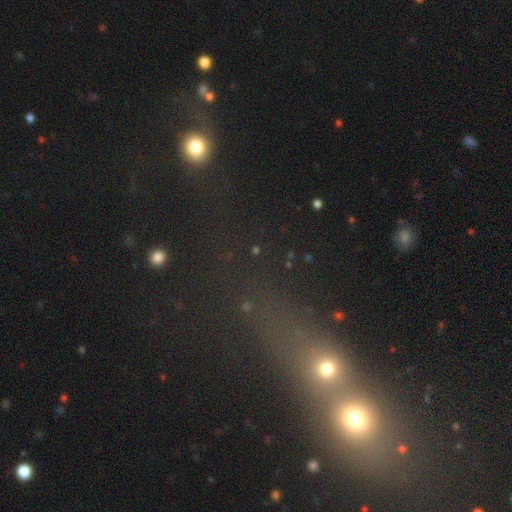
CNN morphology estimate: Smooth or featured: star or artifact — 46% (smooth — 39%)